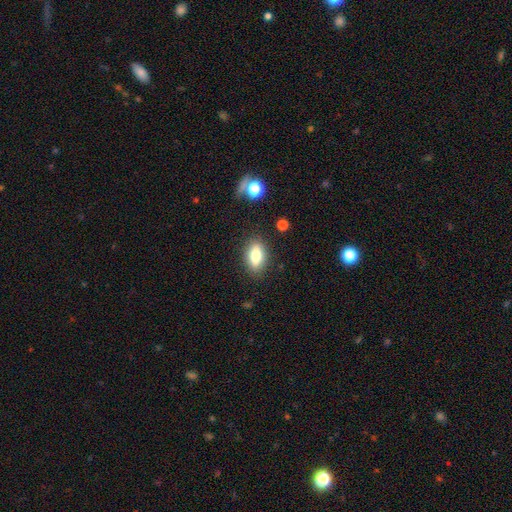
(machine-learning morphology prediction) Smooth or featured: smooth — 72% (featured or disk — 19%)
How rounded: in between — 83% (cigar-shaped — 10%)
Merging: none — 86% (minor disturbance — 10%)